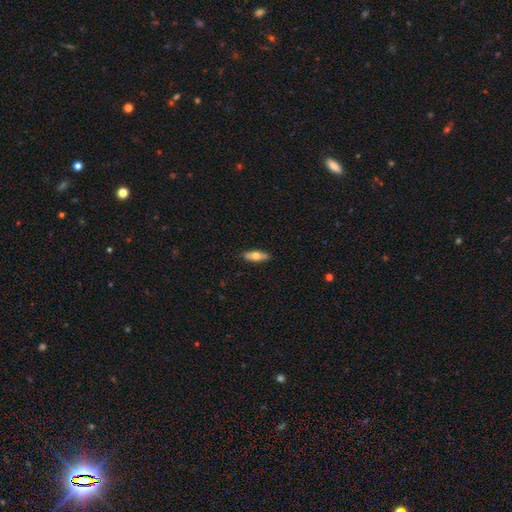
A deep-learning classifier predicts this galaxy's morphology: Smooth or featured? smooth (63%)
How rounded? in between (60%)
Merging? none (86%)